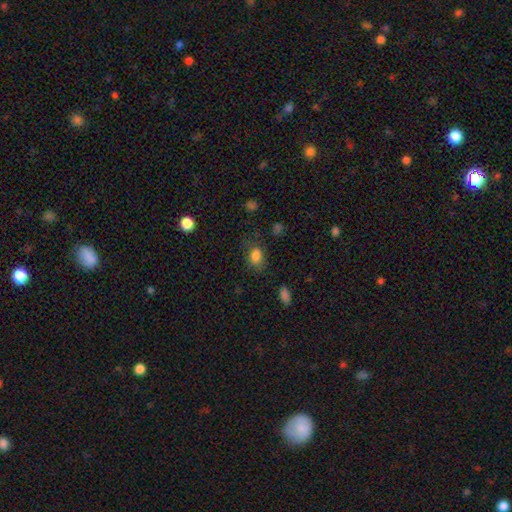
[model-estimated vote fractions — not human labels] The model was most divided on "how rounded": in between: 71%, round: 28%, cigar-shaped: 1%. More confident: smooth or featured — smooth (82%); merging — none (70%).